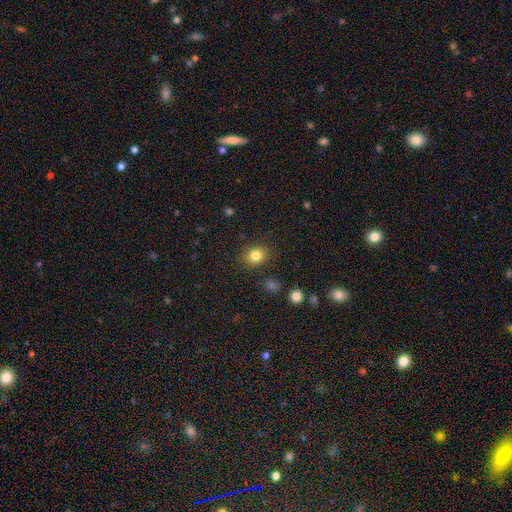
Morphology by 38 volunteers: smooth-or-featured: smooth: 87% | star or artifact: 11% | featured or disk: 3%
  how-rounded: round: 58% | in between: 42% | cigar-shaped: 0%
  merging: none: 100% | minor disturbance: 0% | major disturbance: 0% | merger: 0%